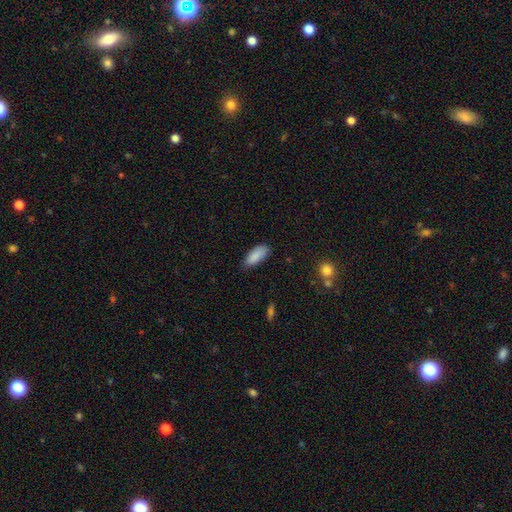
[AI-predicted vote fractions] Overall: smooth (89%). How rounded: in between (82%). Merging: none (79%).